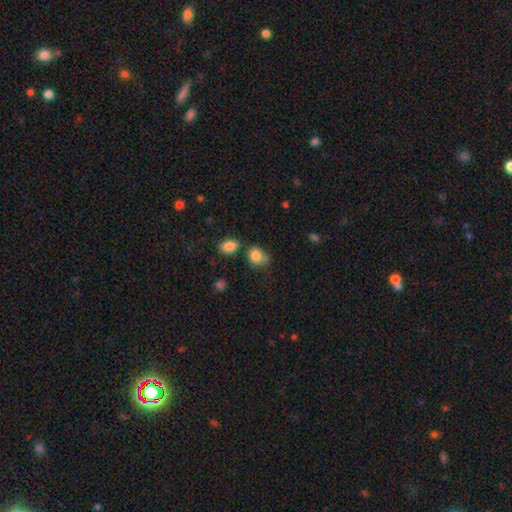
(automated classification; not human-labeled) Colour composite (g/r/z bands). It shows a smooth galaxy with no disk features (82%) that is in between round and cigar-shaped (53%). Merging: none (50%).